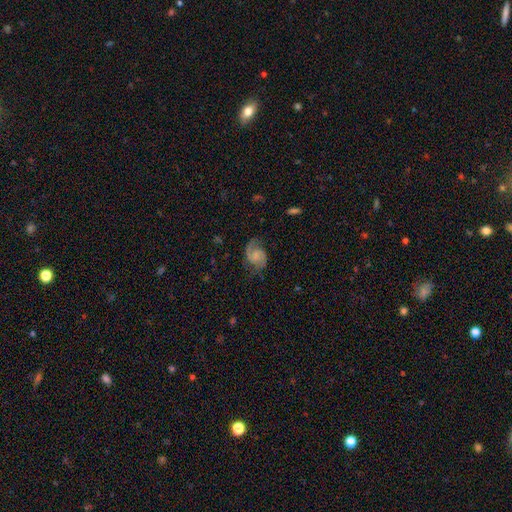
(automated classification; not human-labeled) This appears to be a featured or disk galaxy (85%) with no bar (52%), 2 (93%) medium (56%) spiral arms (97%) and no central bulge (44%). Merging: none (77%).